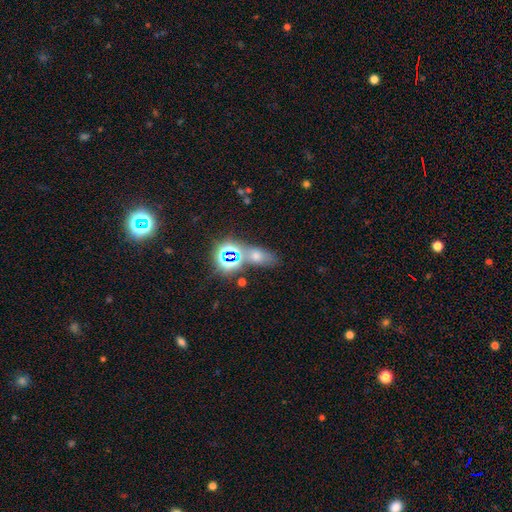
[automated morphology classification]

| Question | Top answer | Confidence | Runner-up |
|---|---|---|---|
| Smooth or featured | star or artifact | 46% | smooth (40%) |